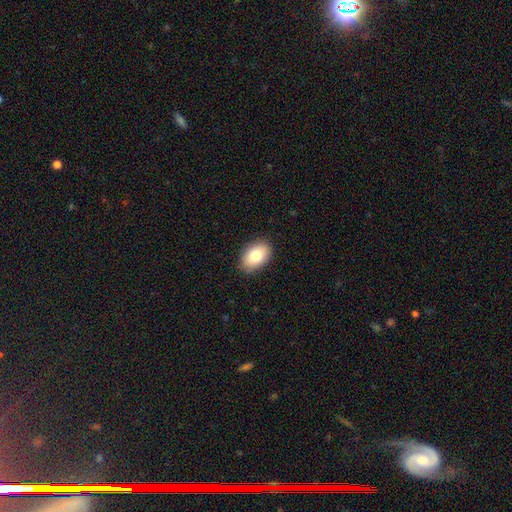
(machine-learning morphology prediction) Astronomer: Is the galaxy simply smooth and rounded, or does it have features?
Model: smooth — 79%.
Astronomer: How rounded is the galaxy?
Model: in between — 87%.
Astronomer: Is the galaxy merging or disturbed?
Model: none — 88%.